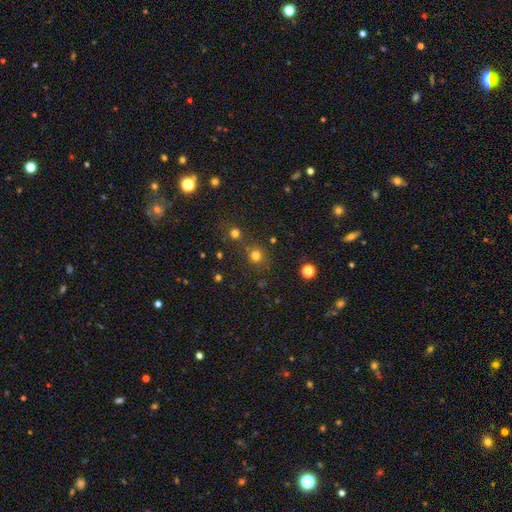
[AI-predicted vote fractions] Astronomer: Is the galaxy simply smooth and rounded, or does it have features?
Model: smooth — 73%.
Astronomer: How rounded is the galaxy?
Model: round — 90%.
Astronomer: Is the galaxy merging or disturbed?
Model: none — 72%.